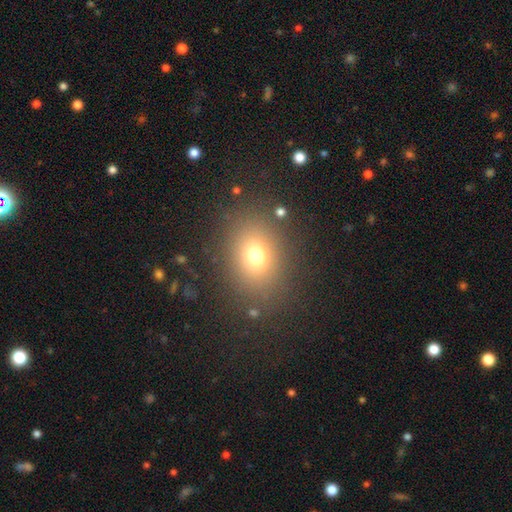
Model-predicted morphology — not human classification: This appears to be a smooth galaxy with no disk features (72%) that is in between round and cigar-shaped (53%). Merging: none (83%).